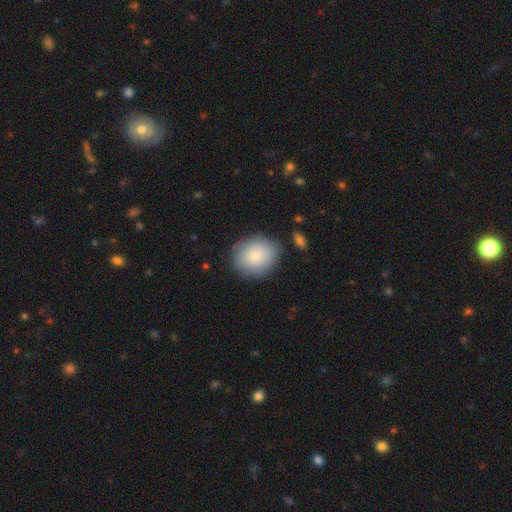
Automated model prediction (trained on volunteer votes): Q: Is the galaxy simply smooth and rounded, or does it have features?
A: smooth — 81%.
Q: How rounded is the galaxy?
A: round — 69%.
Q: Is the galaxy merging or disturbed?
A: none — 80%.